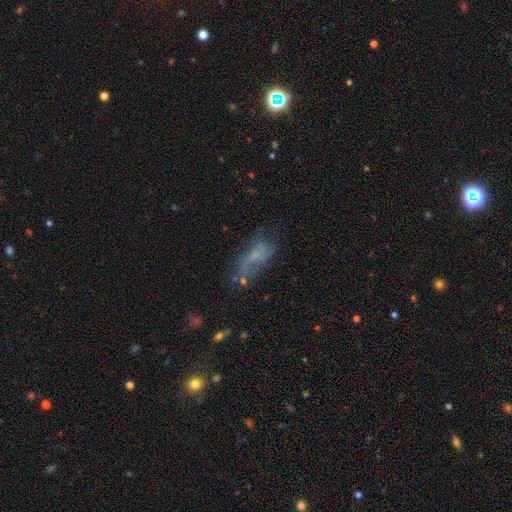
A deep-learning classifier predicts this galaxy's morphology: Smooth or featured?
  - smooth: 44% *
  - featured or disk: 40%
  - star or artifact: 16%
Merging?
  - none: 38% *
  - major disturbance: 29%
  - minor disturbance: 25%
  - merger: 9%